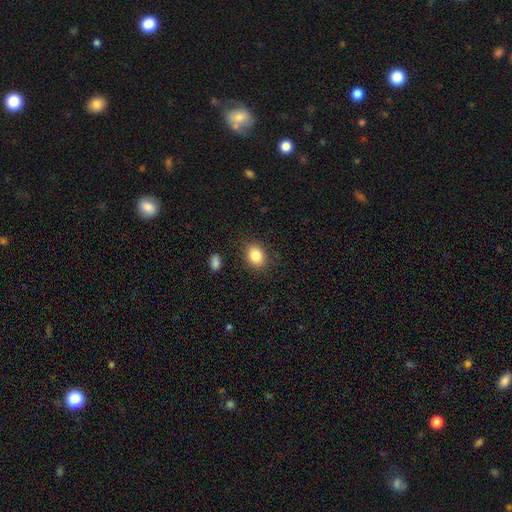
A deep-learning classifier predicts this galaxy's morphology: Overall: smooth (85%). How rounded: in between (59%; round 40%). Merging: none (84%).